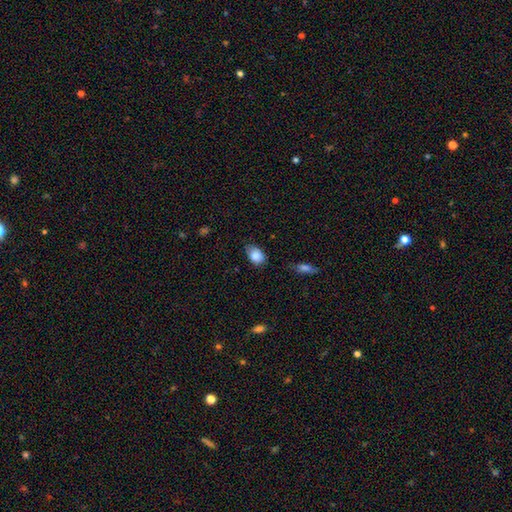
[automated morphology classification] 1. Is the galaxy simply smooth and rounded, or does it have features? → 86% smooth, 8% star or artifact, 6% featured or disk.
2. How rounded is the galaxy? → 81% in between, 18% round, 1% cigar-shaped.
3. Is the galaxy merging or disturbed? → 66% none, 27% minor disturbance, 5% major disturbance, 2% merger.